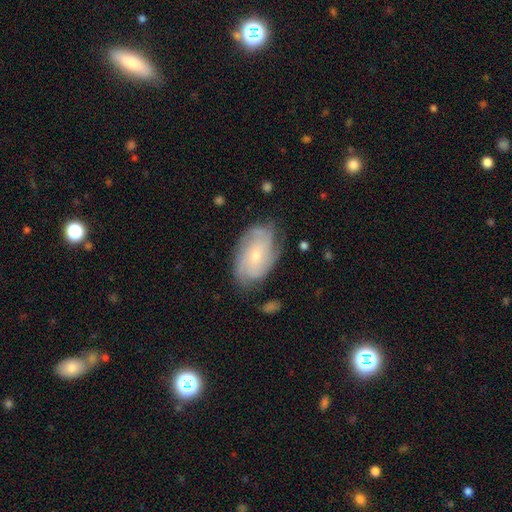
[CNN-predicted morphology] This appears to be a featured or disk galaxy (72%) with no bar (68%), tight (58%) spiral arms (92%) and a small central bulge (67%). Merging: none (73%).